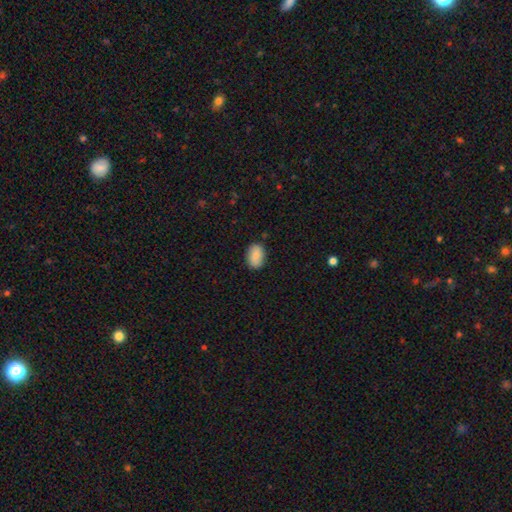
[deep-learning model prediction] This is clearly a smooth galaxy (84%). How rounded: clearly in between (86%). Merging: clearly none (85%).